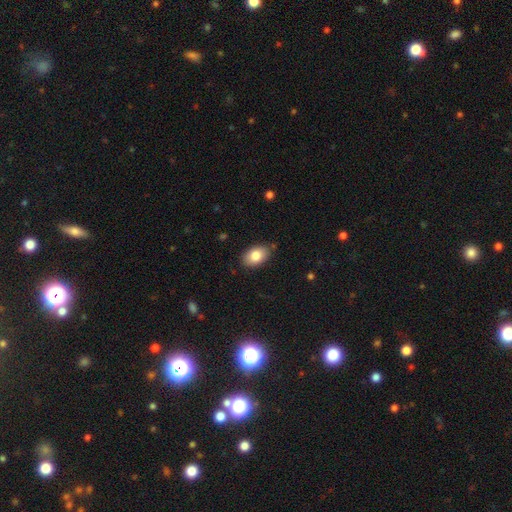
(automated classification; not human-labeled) Smooth or featured? smooth (83%)
How rounded? in between (89%)
Merging? none (83%)